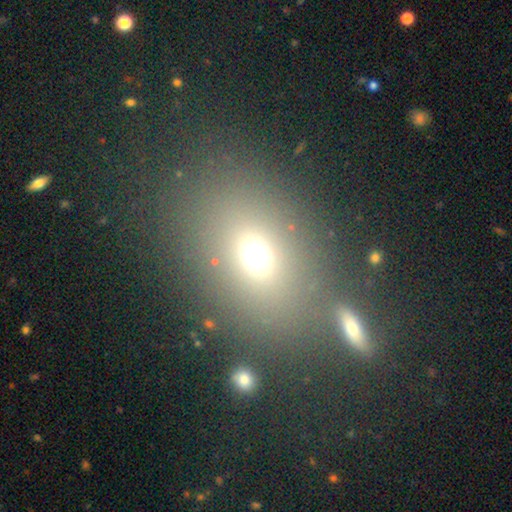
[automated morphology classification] Smooth or featured?
  - smooth: 66% *
  - star or artifact: 20%
  - featured or disk: 14%
How rounded?
  - in between: 60% *
  - round: 38%
  - cigar-shaped: 2%
Merging?
  - none: 69% *
  - merger: 14%
  - minor disturbance: 10%
  - major disturbance: 6%